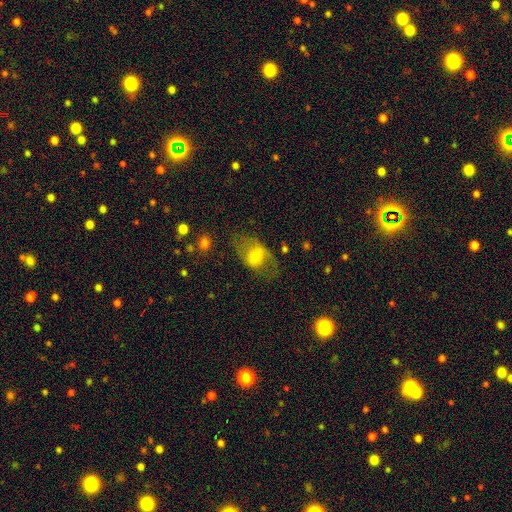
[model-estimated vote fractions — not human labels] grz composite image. It shows a smooth galaxy with no disk features (47%). Merging: none (53%).